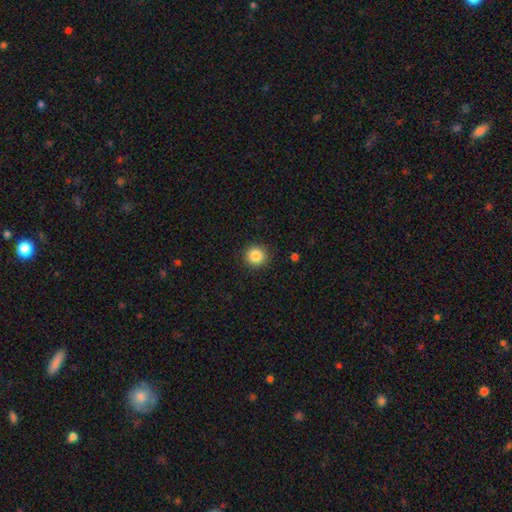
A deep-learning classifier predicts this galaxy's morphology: A smooth galaxy with no disk features (86%) that is round (91%).

Vote fractions:
- Smooth or featured? smooth: 86% / star or artifact: 10% / featured or disk: 4%
- How rounded? round: 91% / in between: 8% / cigar-shaped: 1%
- Merging? none: 91% / minor disturbance: 6% / major disturbance: 2% / merger: 1%